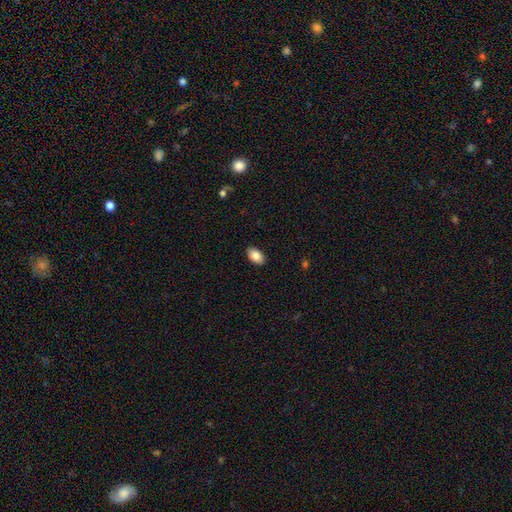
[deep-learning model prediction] smooth-or-featured: smooth: 84% | featured or disk: 9% | star or artifact: 7%
  how-rounded: in between: 93% | round: 6% | cigar-shaped: 1%
  merging: none: 90% | minor disturbance: 8% | major disturbance: 2% | merger: 1%